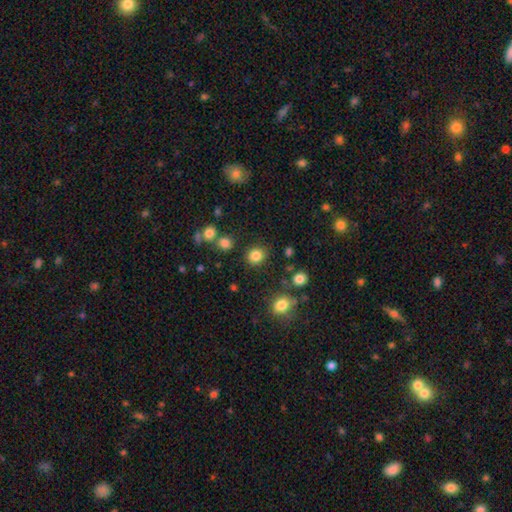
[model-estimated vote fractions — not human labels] Morphology: type=smooth (83%); roundness=round (78%); merging=none (84%).